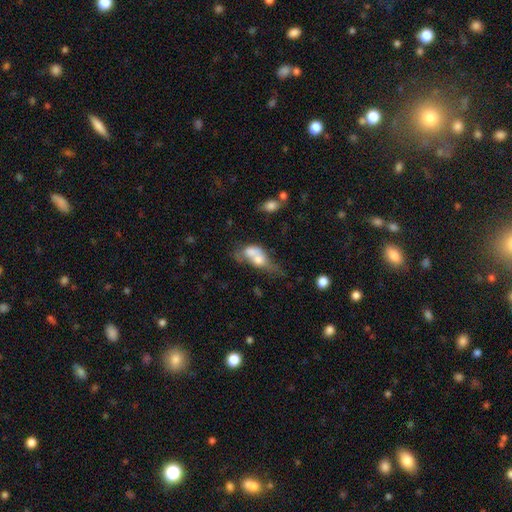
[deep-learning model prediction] This is possibly a smooth galaxy (58%). How rounded: likely in between (69%). Merging: possibly merger (59%).